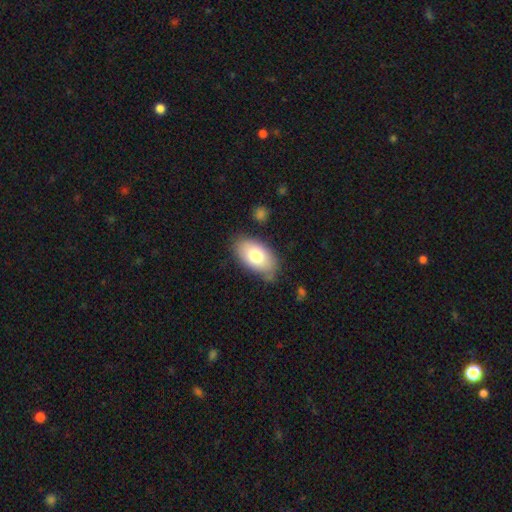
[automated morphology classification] smooth_or_featured: smooth (p=0.76) [alt: featured or disk p=0.18]
how_rounded: in between (p=0.93) [alt: round p=0.05]
merging: none (p=0.72) [alt: minor disturbance p=0.20]